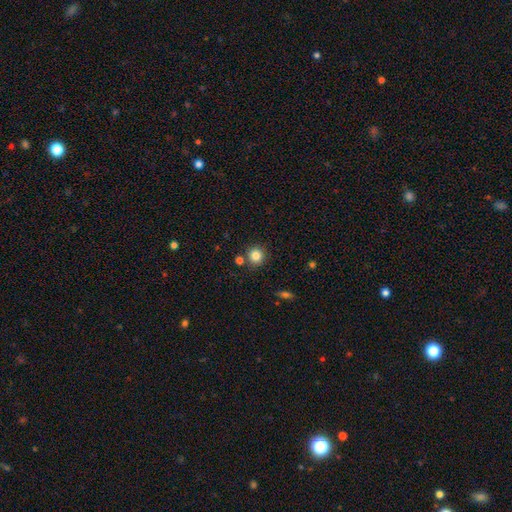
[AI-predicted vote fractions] This appears to be a smooth galaxy with no disk features (83%) that is round (92%). Merging: none (82%).